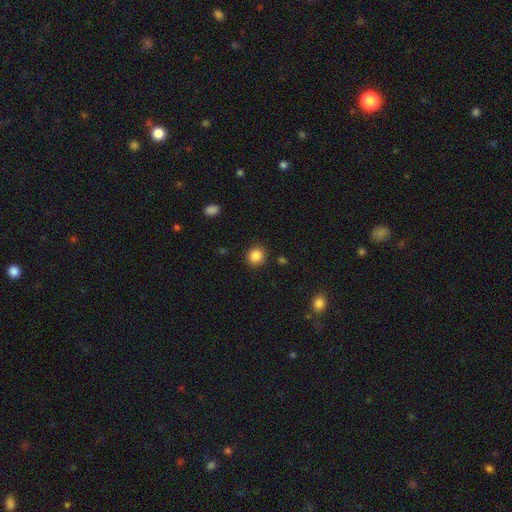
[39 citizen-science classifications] smooth-or-featured: smooth: 90% | featured or disk: 5% | star or artifact: 5%
  how-rounded: round: 91% | in between: 6% | cigar-shaped: 3%
  merging: none: 81% | minor disturbance: 16% | merger: 3% | major disturbance: 0%